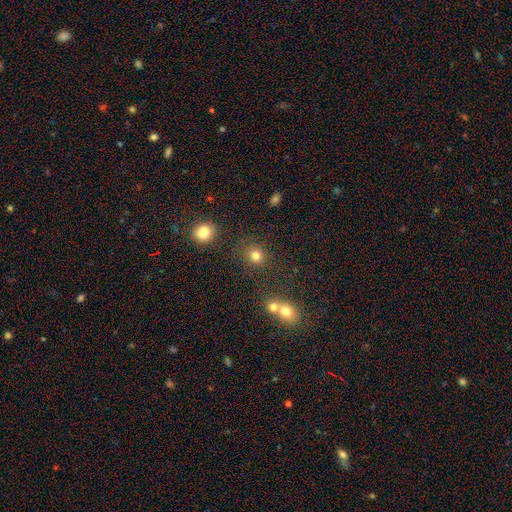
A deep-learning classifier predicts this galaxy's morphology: Smooth or featured?
  - smooth: 79% *
  - star or artifact: 15%
  - featured or disk: 6%
How rounded?
  - round: 87% *
  - in between: 12%
  - cigar-shaped: 1%
Merging?
  - none: 81% *
  - minor disturbance: 8%
  - merger: 6%
  - major disturbance: 4%